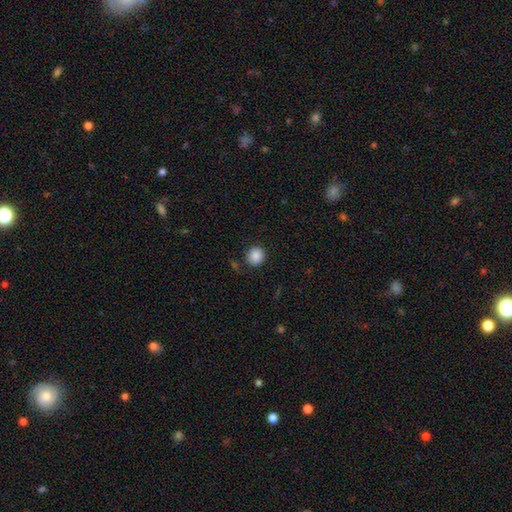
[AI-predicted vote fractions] smooth 87%, star or artifact 9%, featured or disk 4%. Down the decision tree: how rounded — round (84%); merging — none (84%).